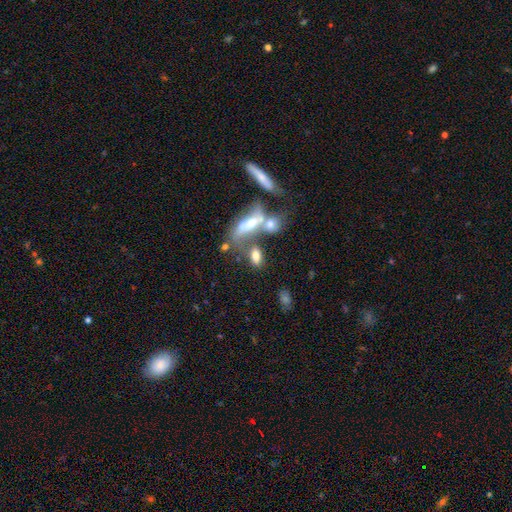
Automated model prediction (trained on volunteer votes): This appears to be a smooth galaxy with no disk features (66%) that is in between round and cigar-shaped (82%). Merging: merger (42%).